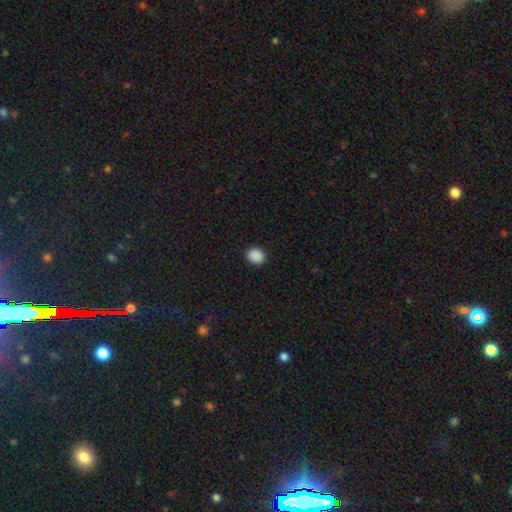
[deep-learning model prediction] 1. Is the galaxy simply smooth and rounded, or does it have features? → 89% smooth, 9% star or artifact, 2% featured or disk.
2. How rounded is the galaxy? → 69% round, 30% in between, 1% cigar-shaped.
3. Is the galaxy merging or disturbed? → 91% none, 6% minor disturbance, 2% major disturbance, 1% merger.